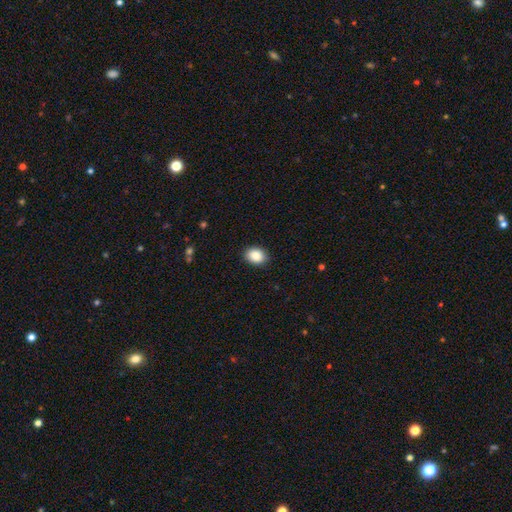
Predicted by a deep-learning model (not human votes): smooth-or-featured: smooth: 88% | star or artifact: 8% | featured or disk: 4%
  how-rounded: in between: 65% | round: 35% | cigar-shaped: 1%
  merging: none: 88% | minor disturbance: 9% | major disturbance: 2% | merger: 1%